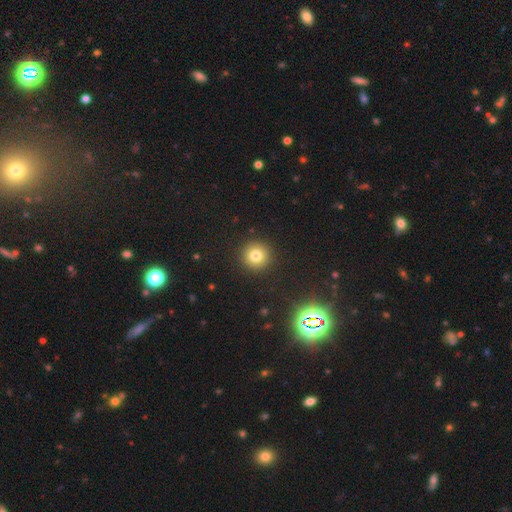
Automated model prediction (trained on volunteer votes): Smooth or featured? Predicted: smooth (p=0.77). How rounded? Predicted: round (p=0.95). Merging? Predicted: none (p=0.92).